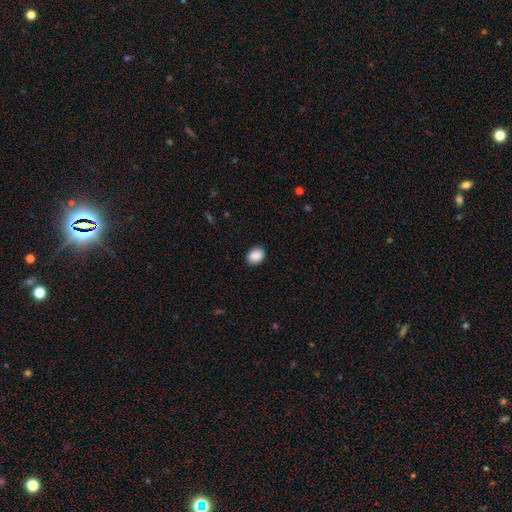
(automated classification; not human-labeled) Smooth or featured?
  - smooth: 90% *
  - star or artifact: 7%
  - featured or disk: 3%
How rounded?
  - in between: 61% *
  - round: 38%
  - cigar-shaped: 1%
Merging?
  - none: 89% *
  - minor disturbance: 8%
  - major disturbance: 2%
  - merger: 1%